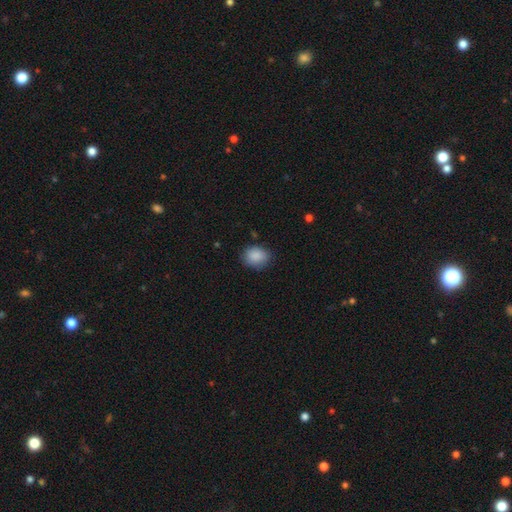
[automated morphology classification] Smooth or featured? smooth (88%)
How rounded? round (52%)
Merging? none (78%)